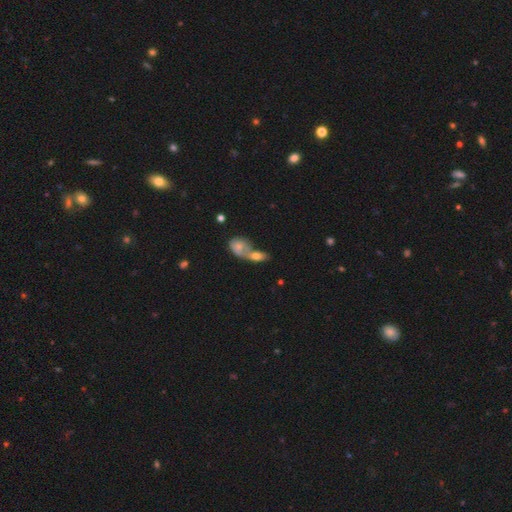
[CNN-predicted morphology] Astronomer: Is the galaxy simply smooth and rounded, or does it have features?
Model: smooth — 63%.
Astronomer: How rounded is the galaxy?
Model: in between — 75%.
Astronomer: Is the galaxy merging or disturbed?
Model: merger — 69%.